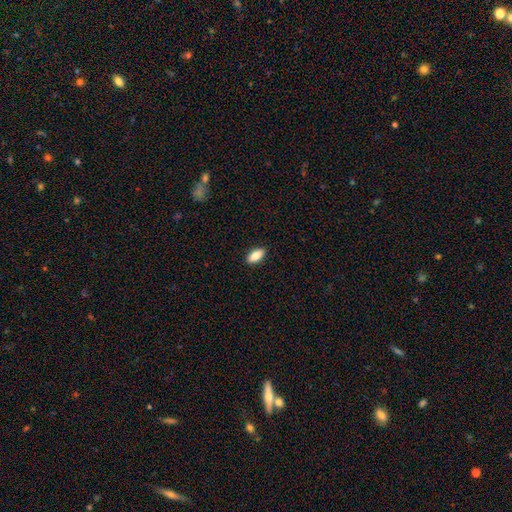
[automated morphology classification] smooth 83%, featured or disk 10%, star or artifact 7%. Down the decision tree: how rounded — in between (85%); merging — none (89%).